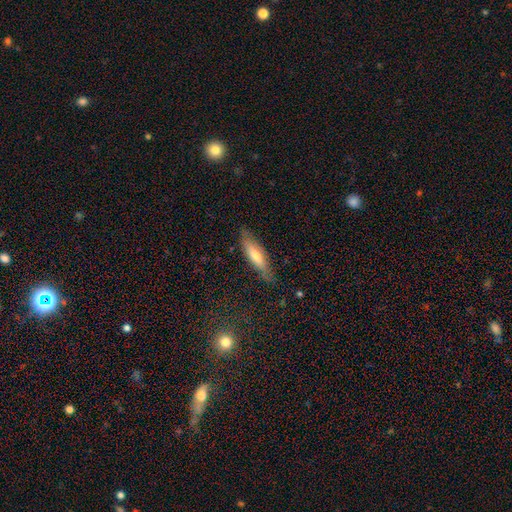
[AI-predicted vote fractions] smooth-or-featured: smooth: 52% | featured or disk: 41% | star or artifact: 7%
  how-rounded: cigar-shaped: 73% | in between: 25% | round: 2%
  merging: none: 81% | minor disturbance: 14% | major disturbance: 3% | merger: 1%